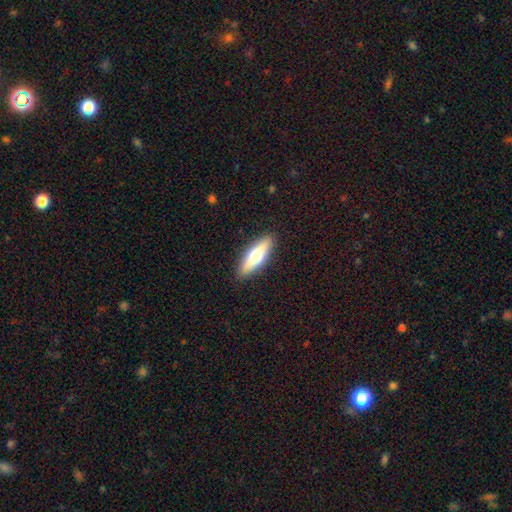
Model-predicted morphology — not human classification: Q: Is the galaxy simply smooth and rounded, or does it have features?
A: smooth — 47%, tied with featured or disk.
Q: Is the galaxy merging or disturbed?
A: none — 90%.